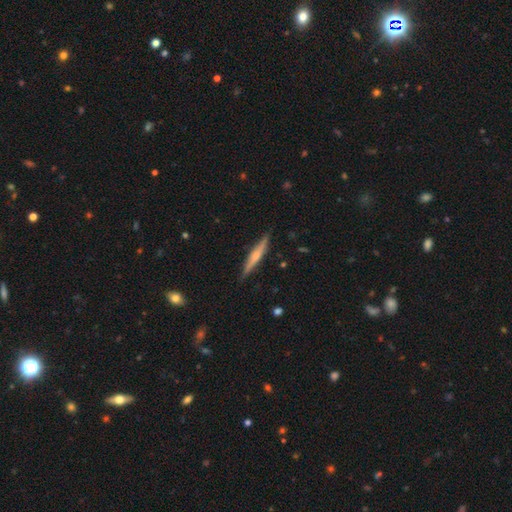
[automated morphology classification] The model was most divided on "smooth or featured": featured or disk: 54%, smooth: 40%, star or artifact: 6%. More confident: edge-on disk — yes (97%); merging — none (88%); edge-on bulge — rounded (64%).